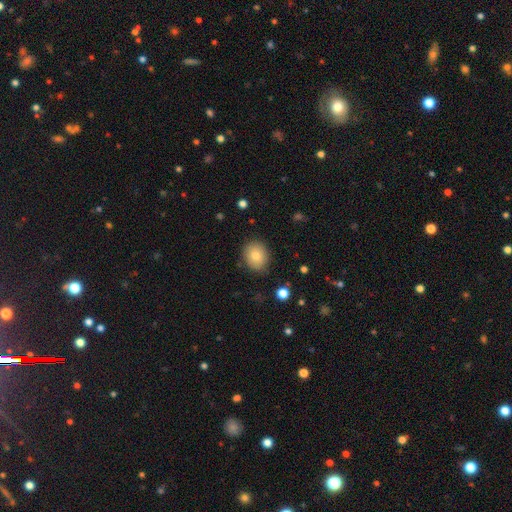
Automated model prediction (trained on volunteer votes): Overall: smooth (80%). How rounded: round (56%; in between 43%). Merging: none (86%).